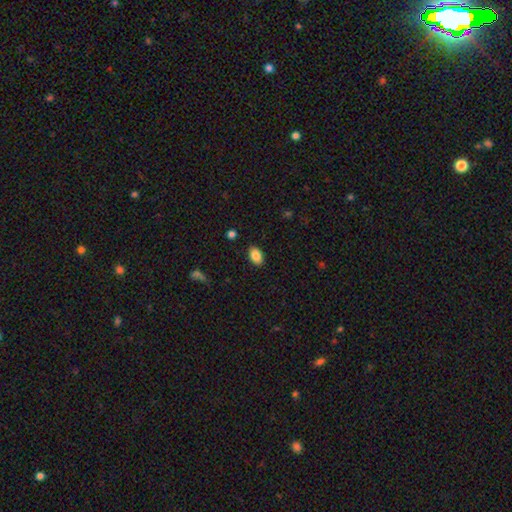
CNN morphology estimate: Smooth or featured? smooth (85%)
How rounded? in between (90%)
Merging? none (88%)